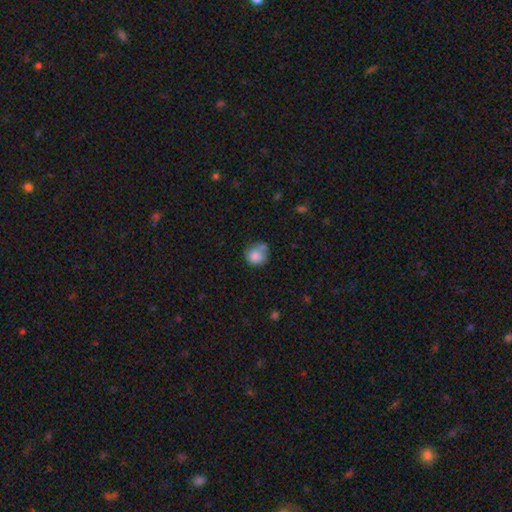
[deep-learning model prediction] Q: Smooth or featured?
A: smooth (81%); runner-up: featured or disk (10%)
Q: How rounded?
A: round (85%); runner-up: in between (14%)
Q: Merging?
A: none (49%); runner-up: merger (22%)